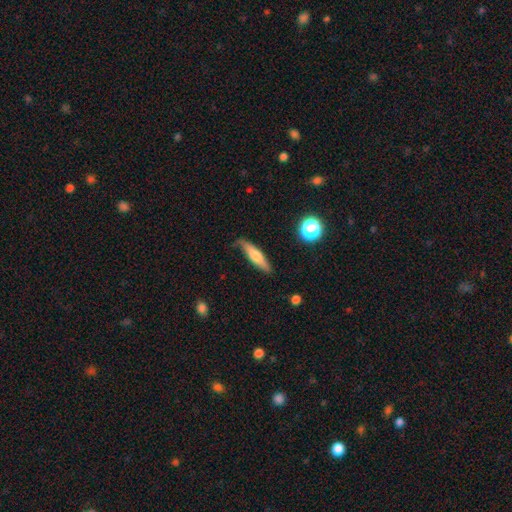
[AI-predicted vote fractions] smooth-or-featured: smooth: 57% | featured or disk: 36% | star or artifact: 7%
  how-rounded: cigar-shaped: 76% | in between: 21% | round: 2%
  merging: none: 71% | minor disturbance: 23% | major disturbance: 5% | merger: 2%